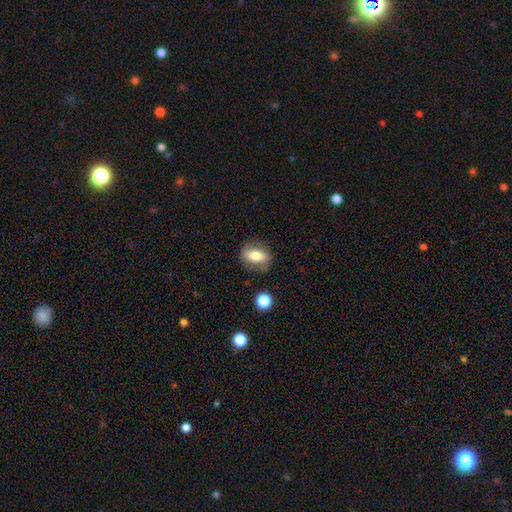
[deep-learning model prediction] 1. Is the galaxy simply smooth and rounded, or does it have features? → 64% smooth, 28% featured or disk, 8% star or artifact.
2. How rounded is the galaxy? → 74% in between, 19% round, 7% cigar-shaped.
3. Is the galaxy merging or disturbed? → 80% none, 13% minor disturbance, 5% major disturbance, 2% merger.